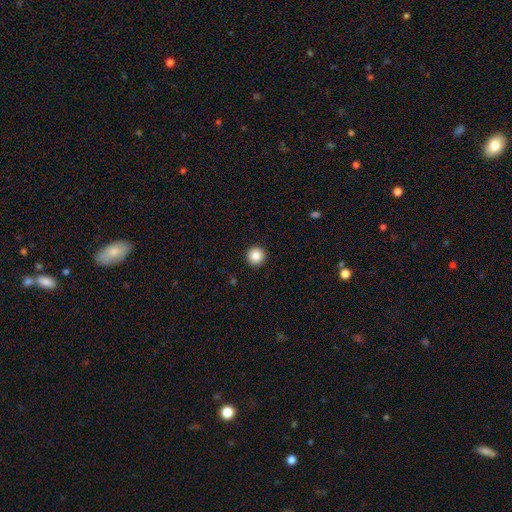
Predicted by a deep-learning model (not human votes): smooth 87%, star or artifact 10%, featured or disk 4%. Down the decision tree: how rounded — round (96%); merging — none (93%).